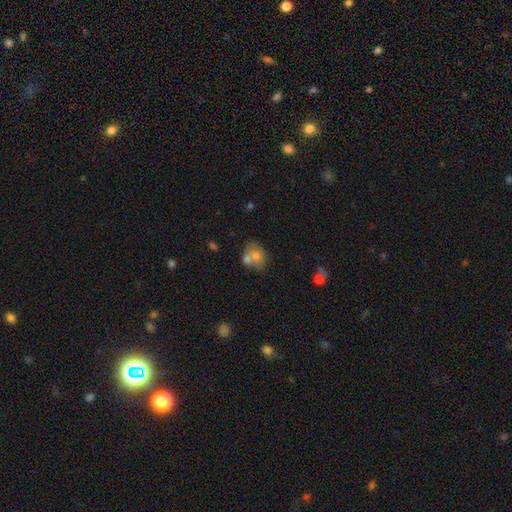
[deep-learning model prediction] A smooth galaxy with no disk features (67%) that is in between round and cigar-shaped (59%). Merging: merger (47%).